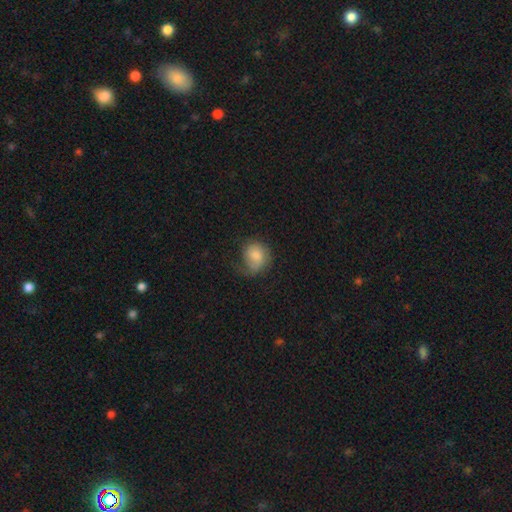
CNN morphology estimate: Smooth or featured?
  - smooth: 72% *
  - featured or disk: 21%
  - star or artifact: 8%
How rounded?
  - round: 63% *
  - in between: 36%
  - cigar-shaped: 1%
Merging?
  - none: 41% *
  - minor disturbance: 29%
  - major disturbance: 28%
  - merger: 2%